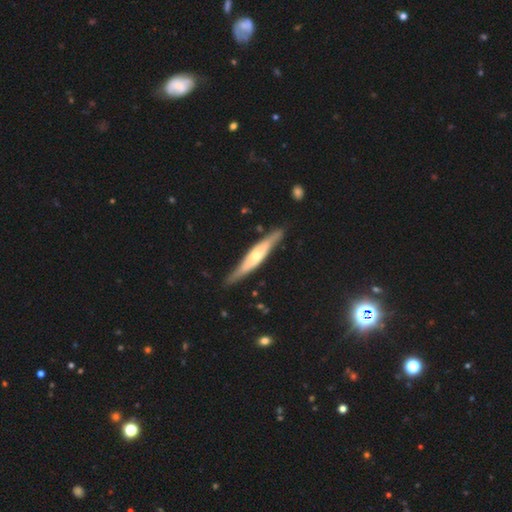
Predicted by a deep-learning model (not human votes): The model was most divided on "smooth or featured": featured or disk: 67%, smooth: 28%, star or artifact: 5%. More confident: edge-on disk — yes (88%); merging — none (83%); edge-on bulge — rounded (78%).